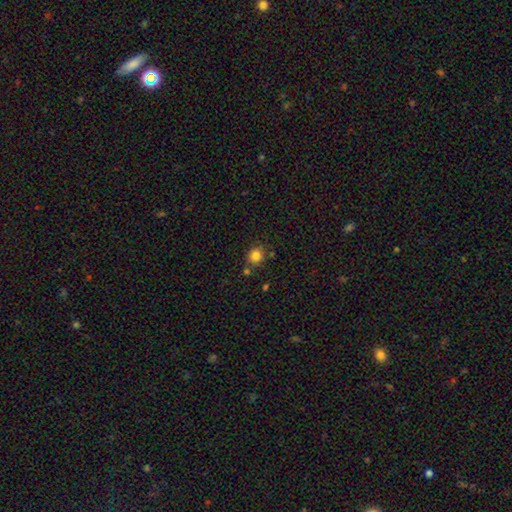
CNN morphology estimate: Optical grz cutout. It shows a smooth galaxy with no disk features (84%) that is round (86%). Merging: none (79%).